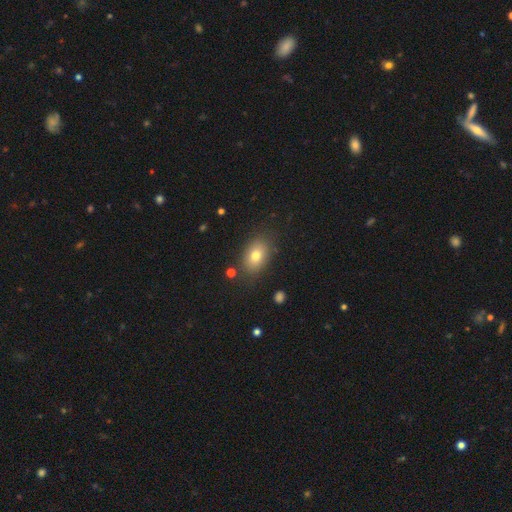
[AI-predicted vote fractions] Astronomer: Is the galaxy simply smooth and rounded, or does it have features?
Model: smooth — 76%.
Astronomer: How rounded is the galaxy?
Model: in between — 81%.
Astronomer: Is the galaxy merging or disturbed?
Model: none — 81%.